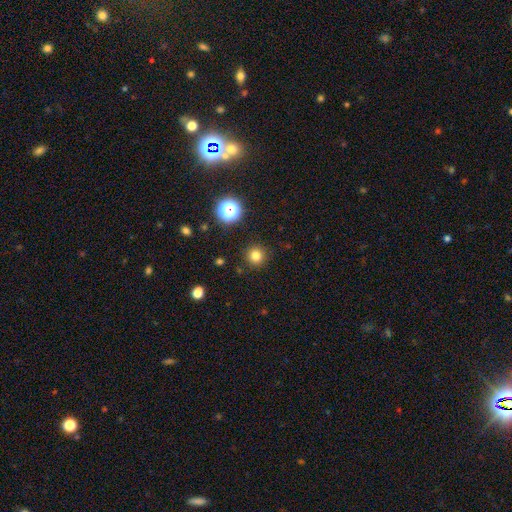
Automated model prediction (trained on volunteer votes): A smooth galaxy with no disk features (78%) that is round (95%).

Vote fractions:
- Smooth or featured? smooth: 78% / star or artifact: 16% / featured or disk: 5%
- How rounded? round: 95% / in between: 4% / cigar-shaped: 1%
- Merging? none: 91% / minor disturbance: 6% / major disturbance: 2% / merger: 1%